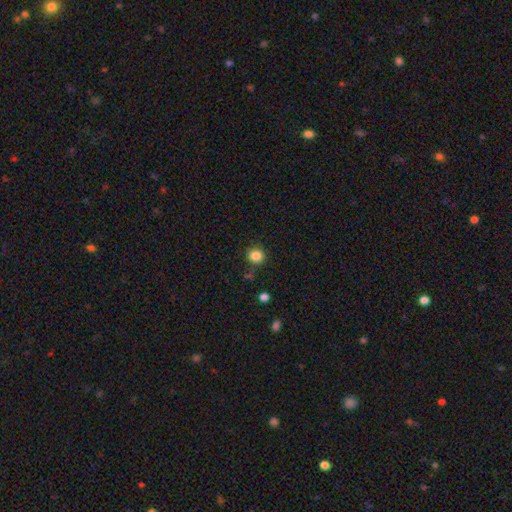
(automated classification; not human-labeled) Smooth or featured?
  - smooth: 85% *
  - star or artifact: 11%
  - featured or disk: 4%
How rounded?
  - round: 87% *
  - in between: 12%
  - cigar-shaped: 1%
Merging?
  - none: 85% *
  - minor disturbance: 9%
  - merger: 3%
  - major disturbance: 3%